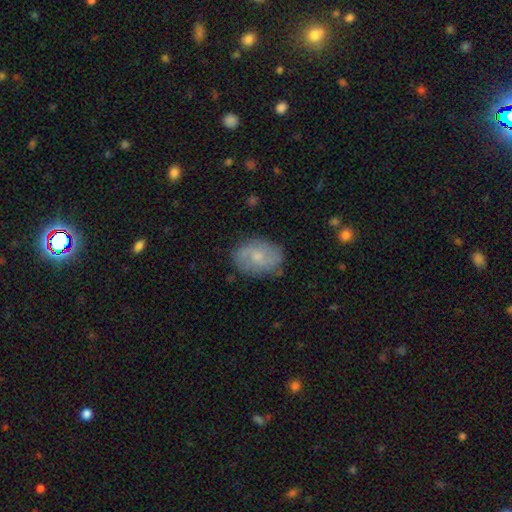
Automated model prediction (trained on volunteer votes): smooth-or-featured: featured or disk: 51% | smooth: 42% | star or artifact: 7%
  disk-edge-on: no: 96% | yes: 4%
  merging: none: 78% | minor disturbance: 16% | major disturbance: 5% | merger: 1%